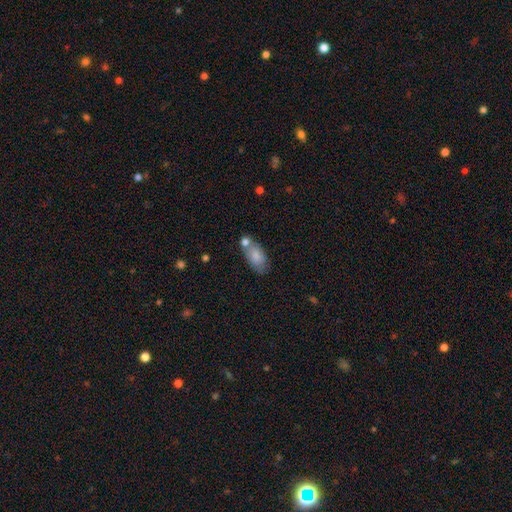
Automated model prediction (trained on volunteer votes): A smooth galaxy with no disk features (77%) that is in between round and cigar-shaped (90%). Merging: none (50%).